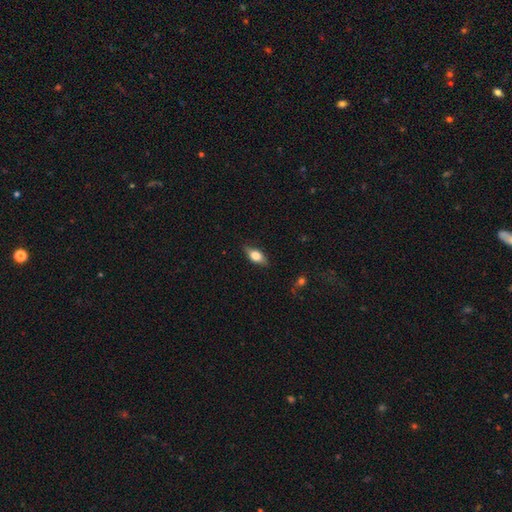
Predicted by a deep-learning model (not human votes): smooth_or_featured: smooth (p=0.66) [alt: featured or disk p=0.27]
how_rounded: in between (p=0.80) [alt: cigar-shaped p=0.15]
merging: none (p=0.82) [alt: minor disturbance p=0.14]